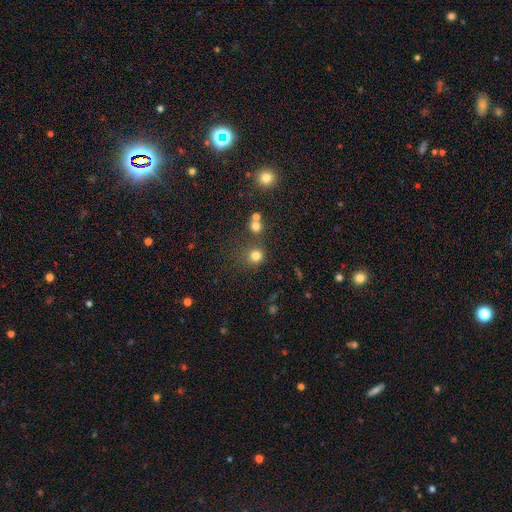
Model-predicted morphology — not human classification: A smooth galaxy with no disk features (78%) that is round (88%). Merging: none (70%).